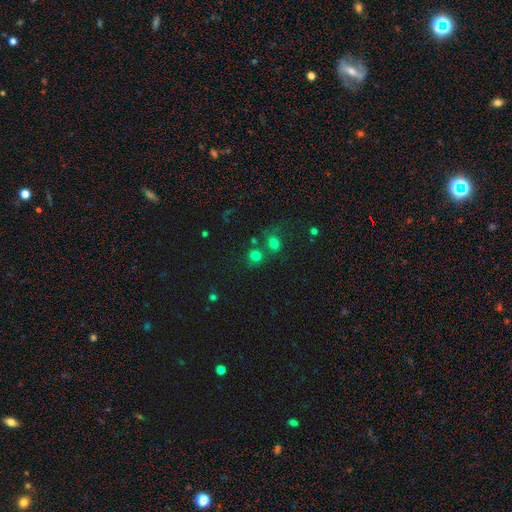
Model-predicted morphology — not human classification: This is likely a smooth galaxy (74%). How rounded: clearly round (82%). Merging: possibly none (58%).